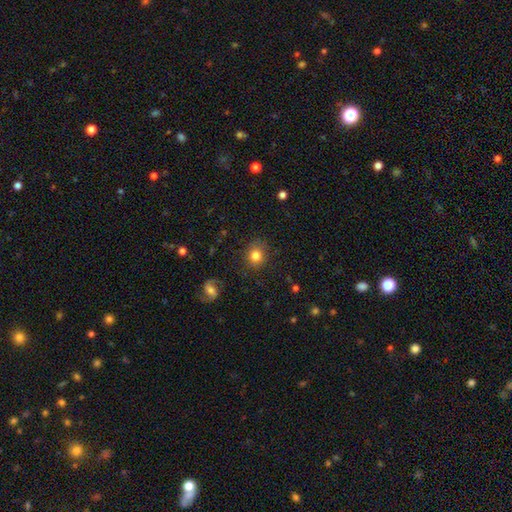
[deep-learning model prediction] The model was most divided on "how rounded": round: 77%, in between: 22%, cigar-shaped: 1%. More confident: merging — none (82%); smooth or featured — smooth (80%).